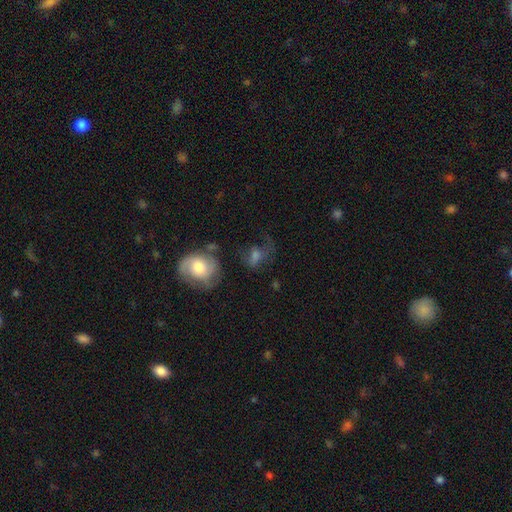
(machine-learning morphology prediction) A smooth galaxy with no disk features (53%) that is in between round and cigar-shaped (60%).

Vote fractions:
- Smooth or featured? smooth: 53% / featured or disk: 33% / star or artifact: 14%
- How rounded? in between: 60% / round: 37% / cigar-shaped: 3%
- Merging? none: 37% / major disturbance: 31% / minor disturbance: 22% / merger: 10%